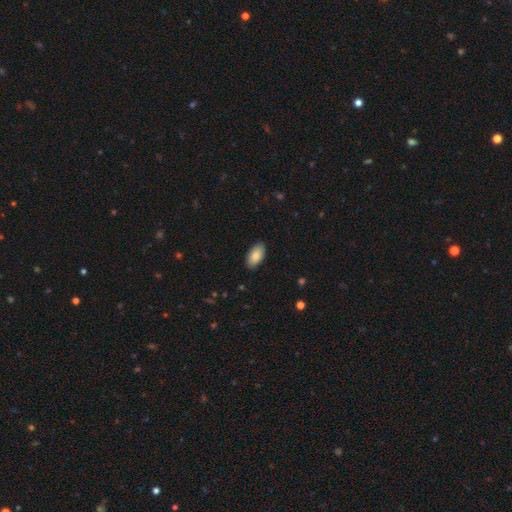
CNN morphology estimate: Q: Smooth or featured?
A: smooth (87%); runner-up: featured or disk (7%)
Q: How rounded?
A: in between (94%); runner-up: cigar-shaped (3%)
Q: Merging?
A: none (88%); runner-up: minor disturbance (9%)